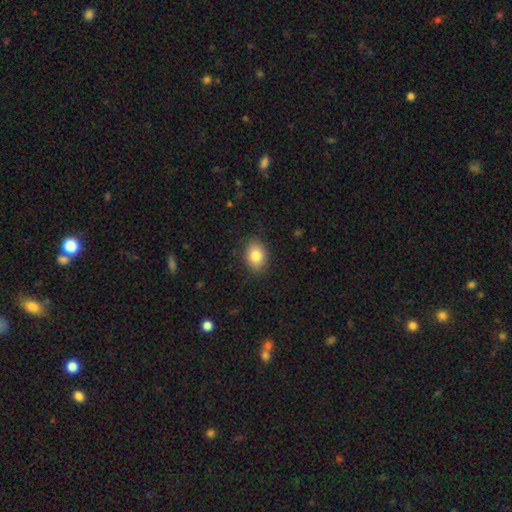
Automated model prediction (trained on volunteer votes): smooth 83%, featured or disk 8%, star or artifact 8%. Down the decision tree: how rounded — in between (70%); merging — none (87%).